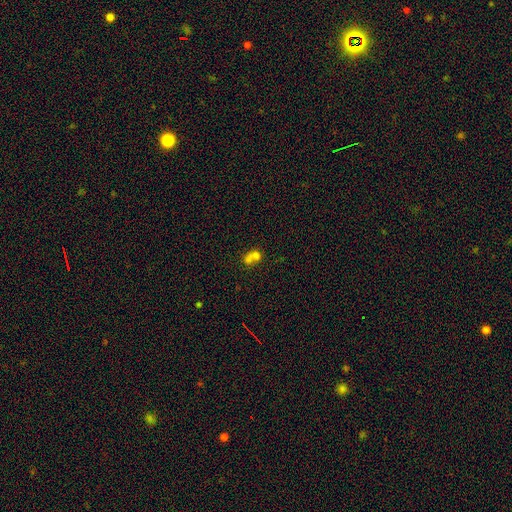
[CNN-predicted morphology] smooth 65%, featured or disk 21%, star or artifact 14%. Down the decision tree: how rounded — round (62%); merging — merger (69%).